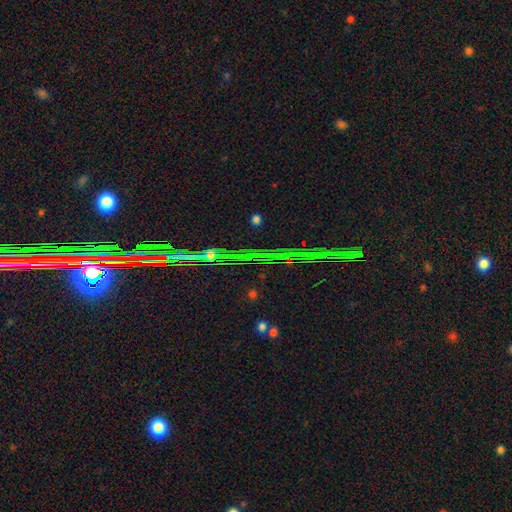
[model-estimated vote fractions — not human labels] This appears to be a star or artifact, not a galaxy (80%).